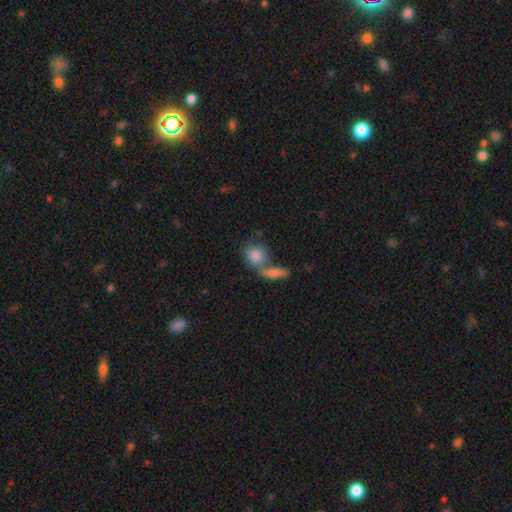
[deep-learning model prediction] smooth_or_featured: smooth (p=0.75) [alt: featured or disk p=0.16]
how_rounded: round (p=0.51) [alt: in between p=0.44]
merging: merger (p=0.51) [alt: none p=0.33]